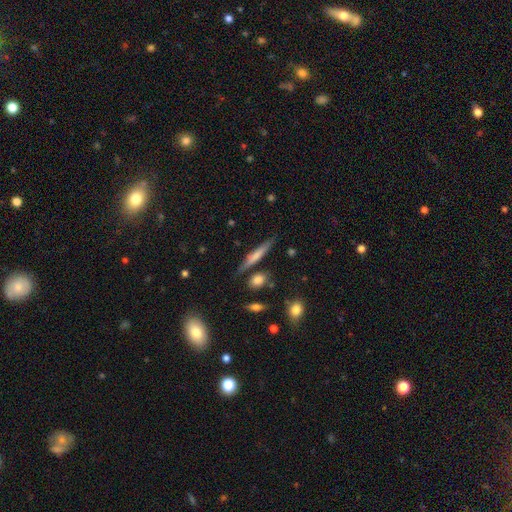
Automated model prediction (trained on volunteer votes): smooth-or-featured: smooth: 60% | featured or disk: 34% | star or artifact: 6%
  how-rounded: cigar-shaped: 91% | in between: 7% | round: 2%
  merging: none: 81% | minor disturbance: 12% | merger: 5% | major disturbance: 3%